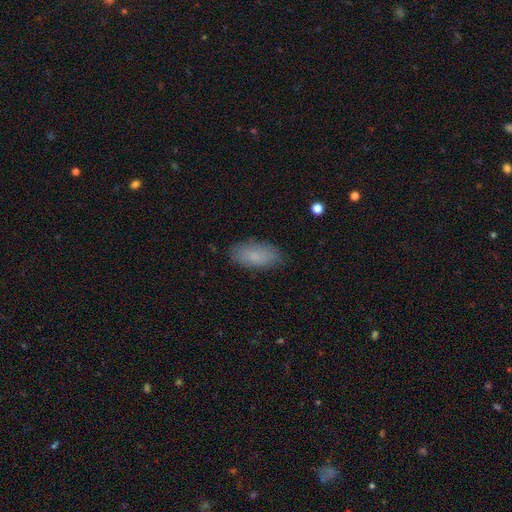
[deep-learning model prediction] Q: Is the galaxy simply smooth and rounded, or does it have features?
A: smooth — 81%.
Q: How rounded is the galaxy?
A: in between — 90%.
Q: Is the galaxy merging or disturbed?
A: none — 83%.